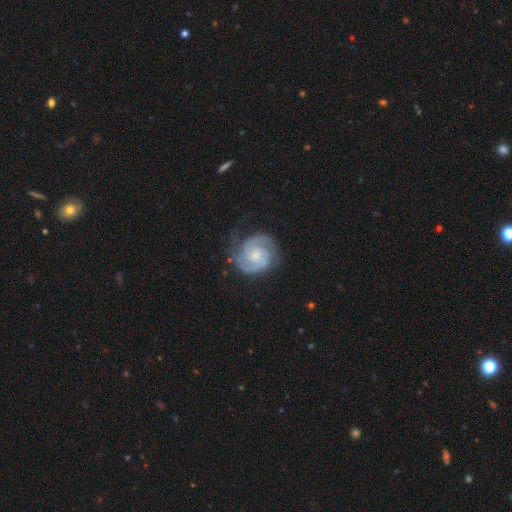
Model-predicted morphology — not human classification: Q: Smooth or featured?
A: featured or disk (89%); runner-up: smooth (7%)
Q: Edge-on disk?
A: no (98%); runner-up: yes (2%)
Q: Bar?
A: no (60%); runner-up: weak (34%)
Q: Spiral arms?
A: yes (98%); runner-up: no (2%)
Q: Spiral winding?
A: tight (58%); runner-up: medium (37%)
Q: Spiral arm count?
A: 2 (84%); runner-up: 3 (7%)
Q: Bulge size?
A: small (46%); runner-up: moderate (39%)
Q: Merging?
A: none (74%); runner-up: minor disturbance (18%)